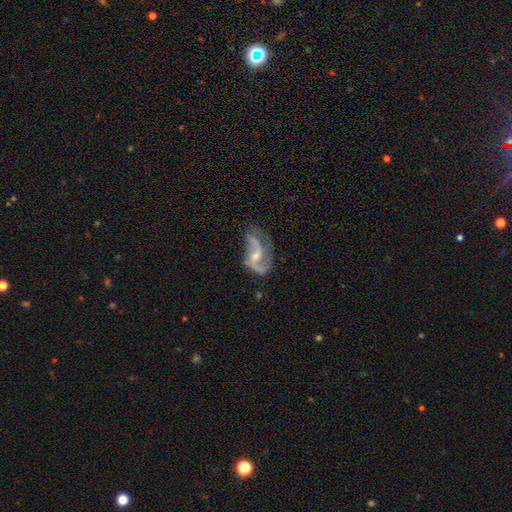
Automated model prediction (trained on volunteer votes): Q: Smooth or featured?
A: featured or disk (88%); runner-up: star or artifact (6%)
Q: Edge-on disk?
A: no (97%); runner-up: yes (3%)
Q: Bar?
A: weak (44%); runner-up: no (40%)
Q: Spiral arms?
A: yes (95%); runner-up: no (5%)
Q: Spiral winding?
A: loose (63%); runner-up: medium (30%)
Q: Spiral arm count?
A: 2 (87%); runner-up: 1 (5%)
Q: Bulge size?
A: small (54%); runner-up: moderate (38%)
Q: Merging?
A: none (54%); runner-up: minor disturbance (23%)